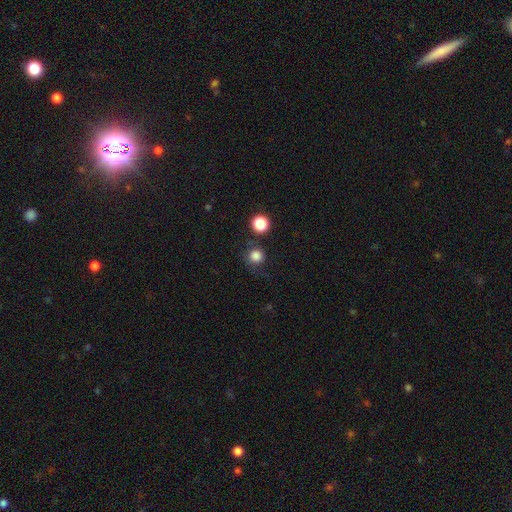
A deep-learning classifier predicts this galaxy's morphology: This is clearly a smooth galaxy (83%). How rounded: clearly round (91%). Merging: likely none (73%).